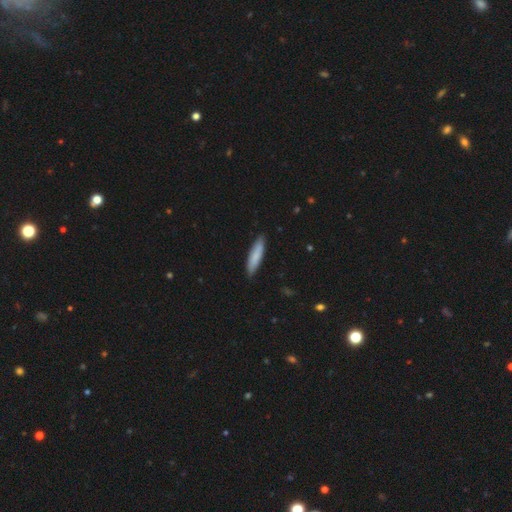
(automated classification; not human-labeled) The model was most divided on "how rounded": cigar-shaped: 78%, in between: 21%, round: 1%. More confident: merging — none (87%); smooth or featured — smooth (83%).